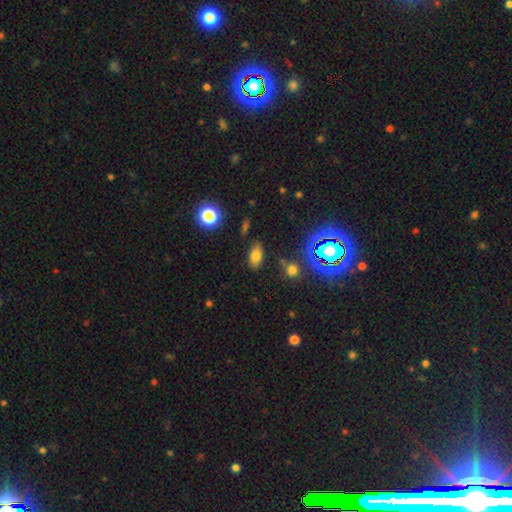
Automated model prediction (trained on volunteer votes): Overall: smooth (73%). How rounded: in between (89%). Merging: none (80%).